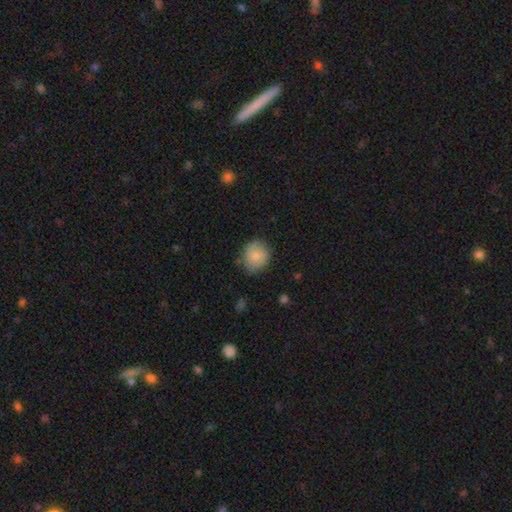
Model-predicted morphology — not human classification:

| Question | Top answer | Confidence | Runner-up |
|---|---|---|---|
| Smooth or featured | smooth | 77% | featured or disk (16%) |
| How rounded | round | 76% | in between (23%) |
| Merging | none | 76% | minor disturbance (18%) |